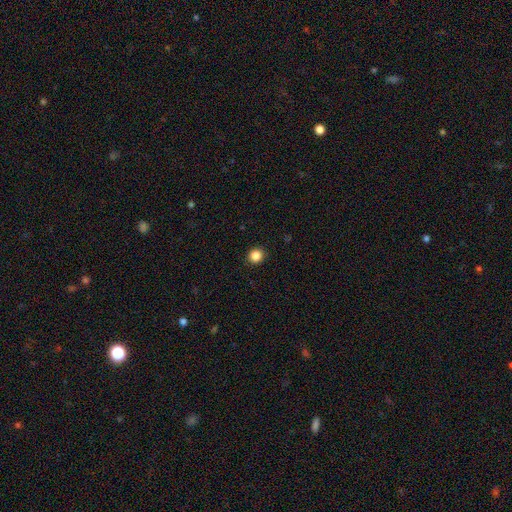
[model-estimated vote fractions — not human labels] Morphology: type=smooth (86%); roundness=round (91%); merging=none (92%).